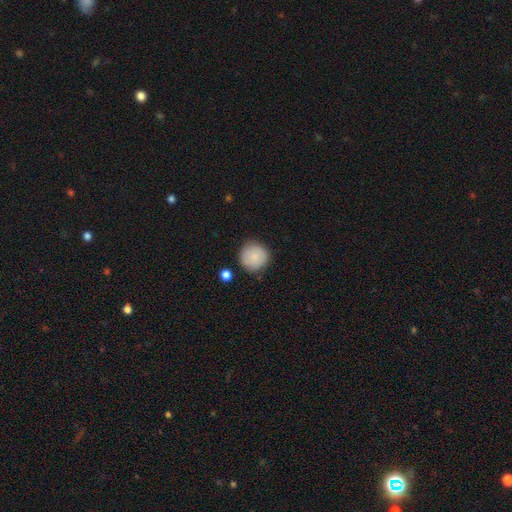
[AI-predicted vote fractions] smooth-or-featured: smooth: 82% | featured or disk: 10% | star or artifact: 7%
  how-rounded: round: 94% | in between: 5% | cigar-shaped: 1%
  merging: none: 84% | minor disturbance: 11% | major disturbance: 3% | merger: 2%